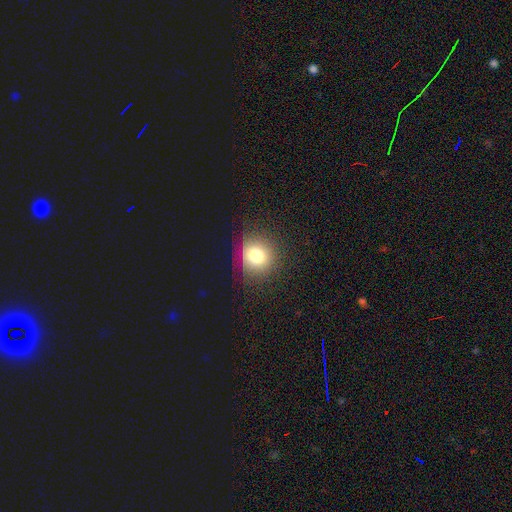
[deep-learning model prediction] This appears to be a smooth galaxy with no disk features (74%) that is round (87%). Merging: none (81%).